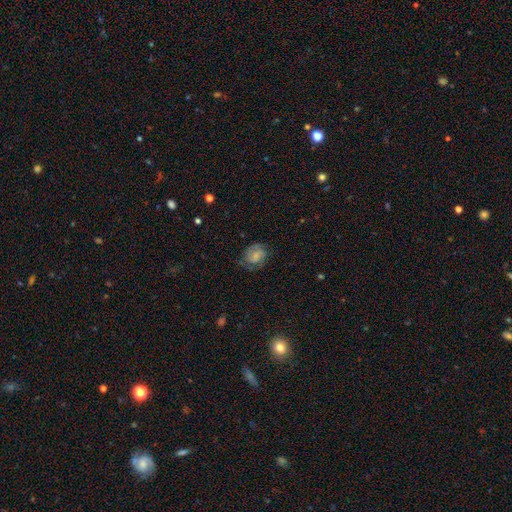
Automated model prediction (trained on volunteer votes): Morphology: type=smooth (51%); roundness=round (54%); merging=none (64%).